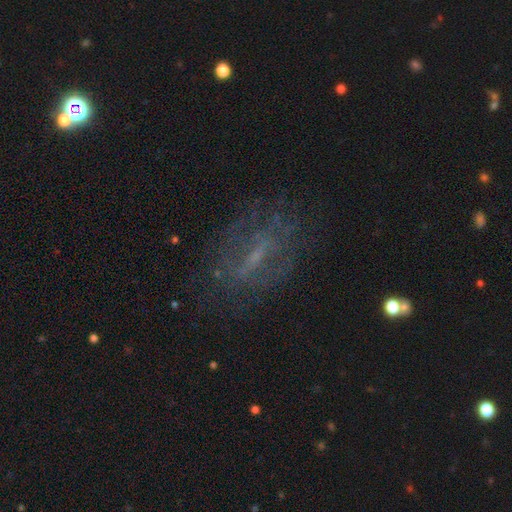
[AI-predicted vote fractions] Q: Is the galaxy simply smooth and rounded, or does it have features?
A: featured or disk — 60%.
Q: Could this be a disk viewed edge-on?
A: no — 81%.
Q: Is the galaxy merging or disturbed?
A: none — 71%.